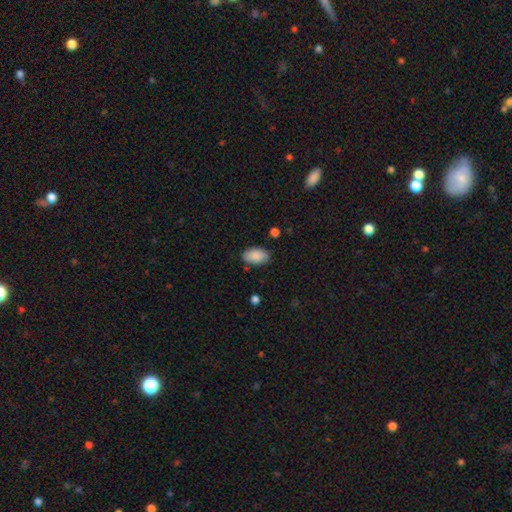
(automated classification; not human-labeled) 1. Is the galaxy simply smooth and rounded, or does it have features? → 89% smooth, 6% star or artifact, 4% featured or disk.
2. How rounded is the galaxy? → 94% in between, 5% round, 1% cigar-shaped.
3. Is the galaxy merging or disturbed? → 82% none, 13% minor disturbance, 3% major disturbance, 2% merger.